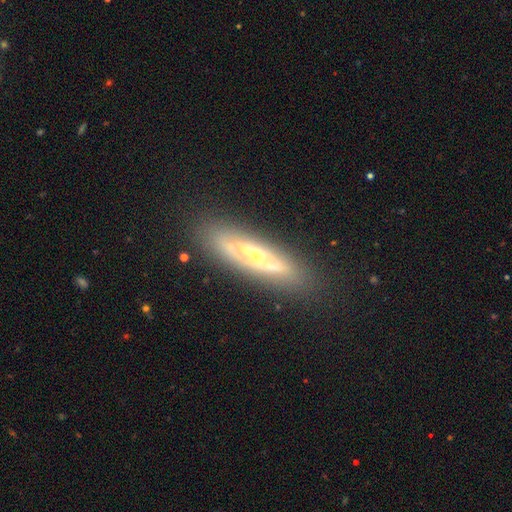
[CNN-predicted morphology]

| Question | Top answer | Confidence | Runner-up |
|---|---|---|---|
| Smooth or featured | featured or disk | 66% | smooth (26%) |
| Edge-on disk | yes | 72% | no (28%) |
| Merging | none | 83% | minor disturbance (12%) |